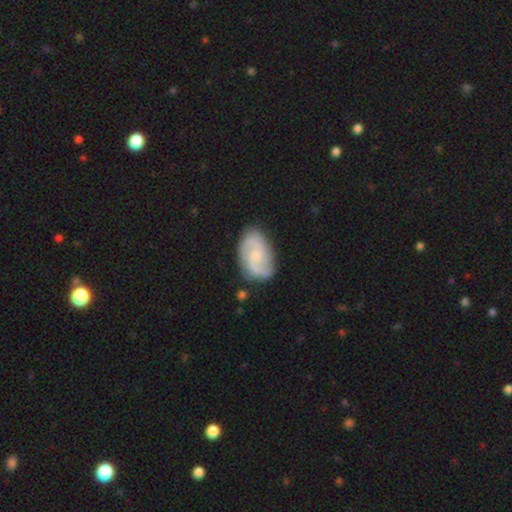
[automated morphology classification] Q: Smooth or featured?
A: featured or disk (76%); runner-up: smooth (19%)
Q: Edge-on disk?
A: no (97%); runner-up: yes (3%)
Q: Bar?
A: no (58%); runner-up: weak (36%)
Q: Spiral arms?
A: yes (95%); runner-up: no (5%)
Q: Spiral winding?
A: medium (48%); runner-up: tight (26%)
Q: Spiral arm count?
A: 2 (81%); runner-up: can't tell (8%)
Q: Bulge size?
A: small (59%); runner-up: moderate (31%)
Q: Merging?
A: none (76%); runner-up: minor disturbance (17%)